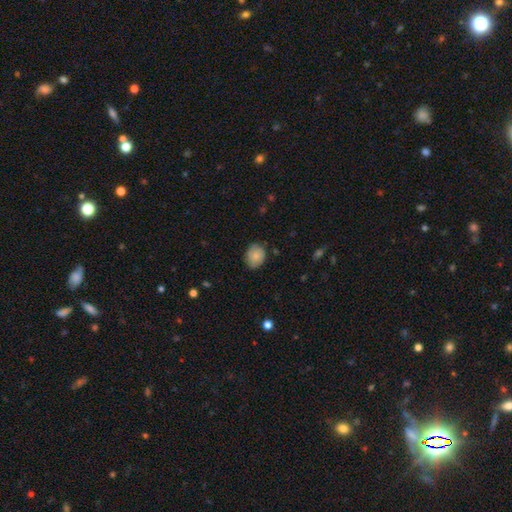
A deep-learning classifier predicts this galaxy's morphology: smooth 77%, featured or disk 16%, star or artifact 7%. Down the decision tree: how rounded — round (53%); merging — none (77%).